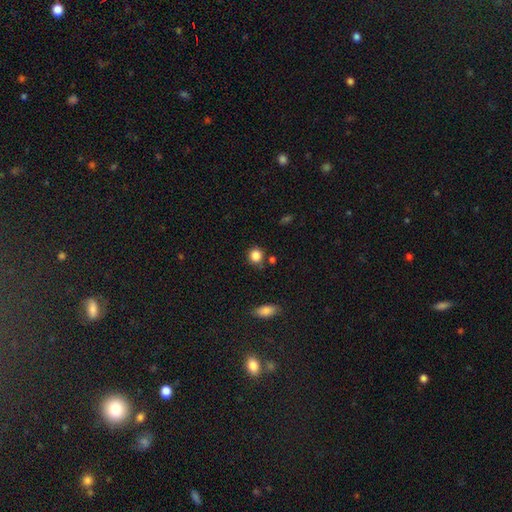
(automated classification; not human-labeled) The model was most divided on "merging": none: 80%, minor disturbance: 11%, merger: 6%, major disturbance: 3%. More confident: how rounded — round (86%); smooth or featured — smooth (85%).